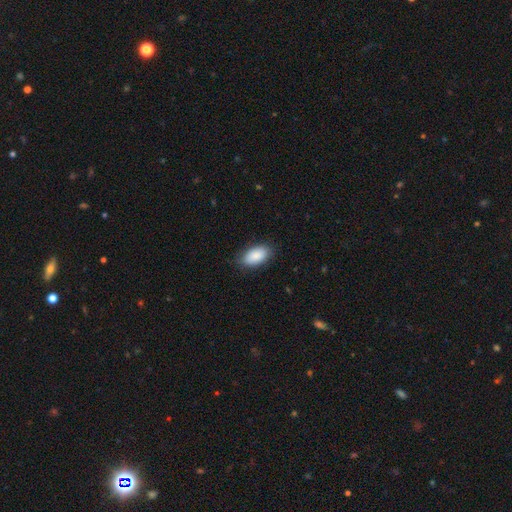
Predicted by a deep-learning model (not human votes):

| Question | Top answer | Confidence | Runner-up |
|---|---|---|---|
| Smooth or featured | smooth | 88% | star or artifact (6%) |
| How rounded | in between | 94% | round (4%) |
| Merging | none | 82% | minor disturbance (14%) |